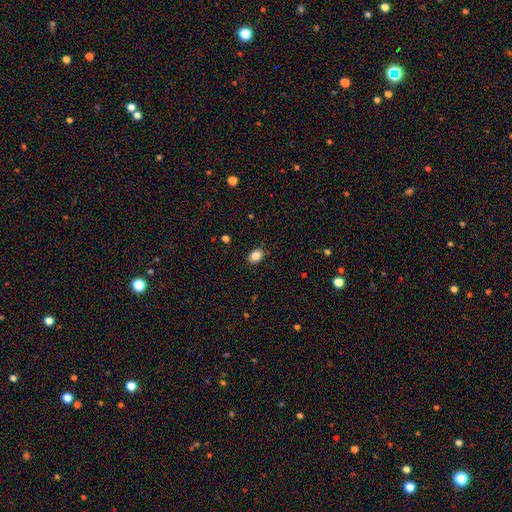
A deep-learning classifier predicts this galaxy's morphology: Smooth or featured? Predicted: smooth (p=0.86). How rounded? Predicted: in between (p=0.74). Merging? Predicted: none (p=0.87).